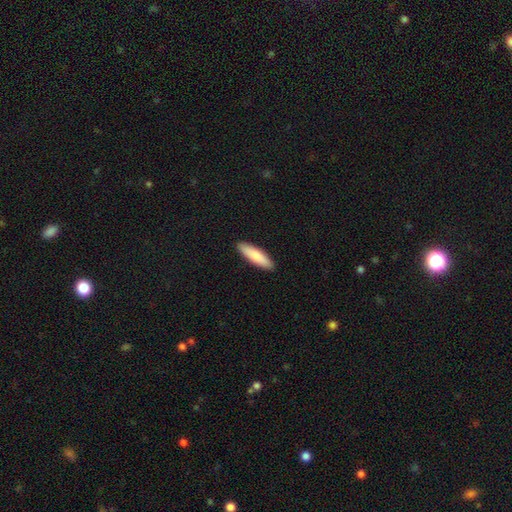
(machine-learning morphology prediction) Smooth or featured? Predicted: smooth (p=0.82). How rounded? Predicted: cigar-shaped (p=0.66). Merging? Predicted: none (p=0.91).